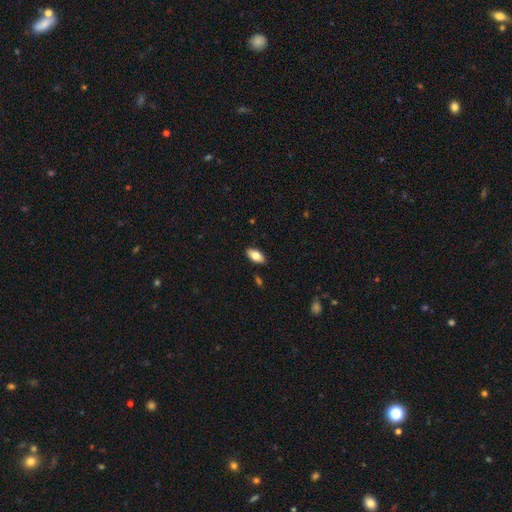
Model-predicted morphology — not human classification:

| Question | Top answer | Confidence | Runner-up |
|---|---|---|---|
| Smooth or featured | smooth | 78% | featured or disk (16%) |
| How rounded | in between | 91% | cigar-shaped (6%) |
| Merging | none | 88% | minor disturbance (9%) |